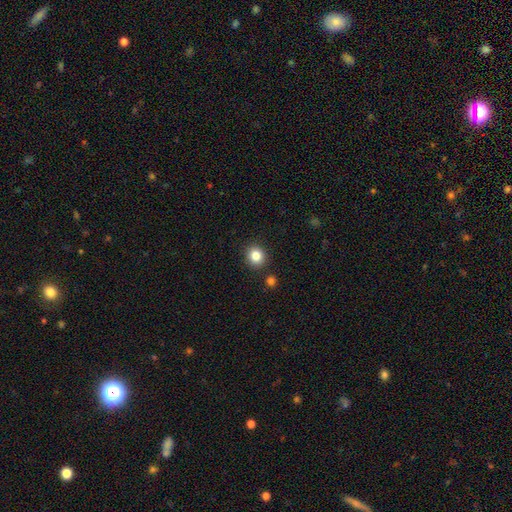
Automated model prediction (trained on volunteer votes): Smooth or featured? smooth (83%)
How rounded? round (82%)
Merging? none (88%)